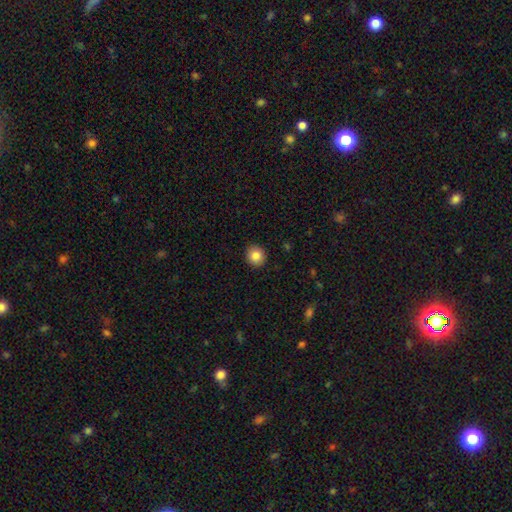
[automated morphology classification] Overall: smooth (85%). How rounded: round (91%). Merging: none (92%).